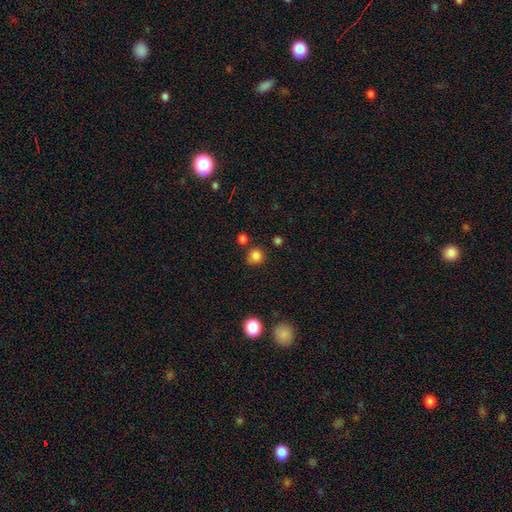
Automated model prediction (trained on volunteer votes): This is clearly a smooth galaxy (82%). How rounded: clearly round (90%). Merging: likely none (76%).